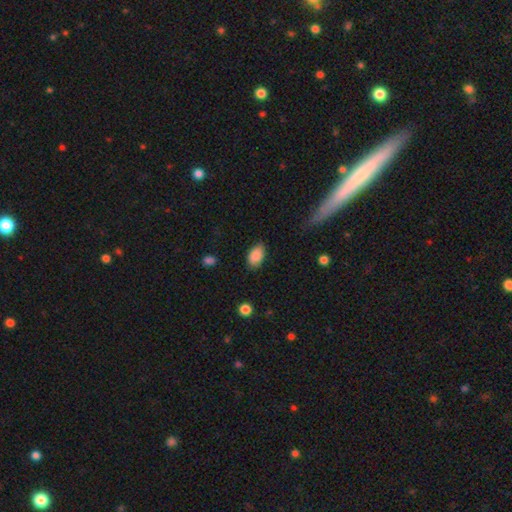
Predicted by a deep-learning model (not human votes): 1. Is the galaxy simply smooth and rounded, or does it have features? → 88% smooth, 7% star or artifact, 4% featured or disk.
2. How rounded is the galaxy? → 91% in between, 7% round, 2% cigar-shaped.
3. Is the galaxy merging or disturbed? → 78% none, 17% minor disturbance, 4% major disturbance, 1% merger.